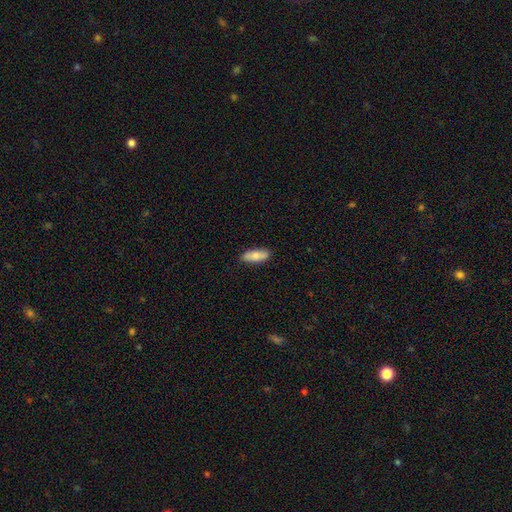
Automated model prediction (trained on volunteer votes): The model was most divided on "how rounded": in between: 69%, cigar-shaped: 29%, round: 2%. More confident: merging — none (86%); smooth or featured — smooth (78%).